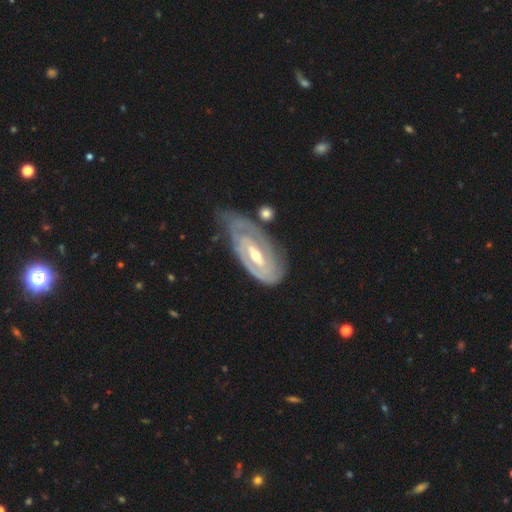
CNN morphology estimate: Overall: featured or disk (85%). Edge-on disk: no (93%). Bar: weak (43%; strong 35%). Spiral arms: yes (88%). Spiral arm count: 2 (44%; can't tell 32%). Spiral winding: tight (72%). Bulge size: moderate (56%; small 40%). Merging: none (44%; minor disturbance 30%).